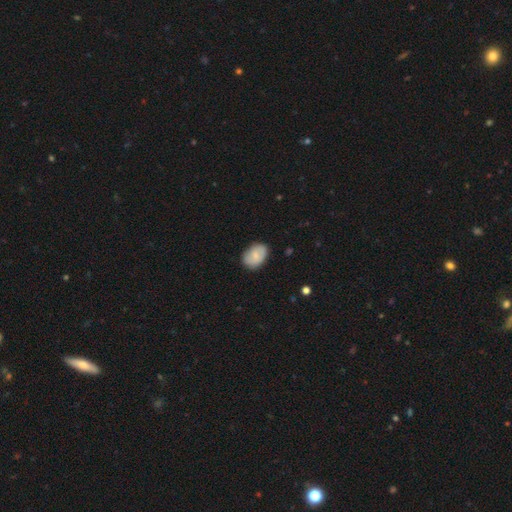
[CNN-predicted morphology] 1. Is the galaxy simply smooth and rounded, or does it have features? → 79% smooth, 15% featured or disk, 7% star or artifact.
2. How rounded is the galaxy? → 80% in between, 19% round, 1% cigar-shaped.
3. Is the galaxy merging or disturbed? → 80% none, 16% minor disturbance, 3% major disturbance, 1% merger.